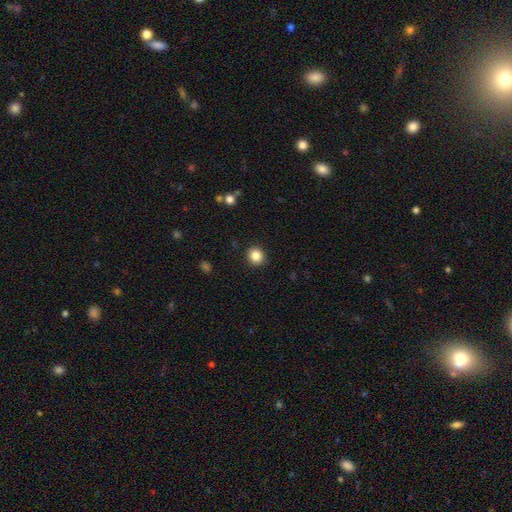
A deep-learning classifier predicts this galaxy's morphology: The model was most divided on "smooth or featured": smooth: 85%, star or artifact: 11%, featured or disk: 5%. More confident: merging — none (91%); how rounded — round (89%).